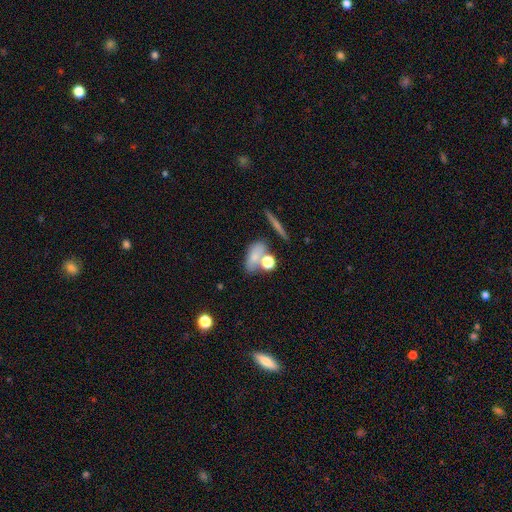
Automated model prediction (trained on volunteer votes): Smooth or featured? Predicted: smooth (p=0.72). How rounded? Predicted: in between (p=0.70). Merging? Predicted: none (p=0.47).